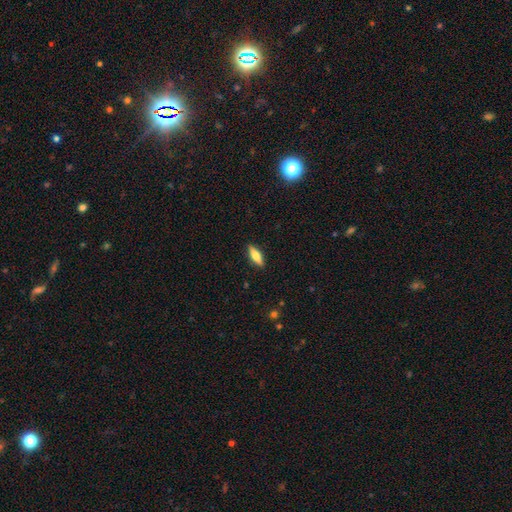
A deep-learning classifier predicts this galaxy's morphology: Overall: smooth (62%; featured or disk 32%). How rounded: in between (51%; cigar-shaped 46%). Merging: none (89%).